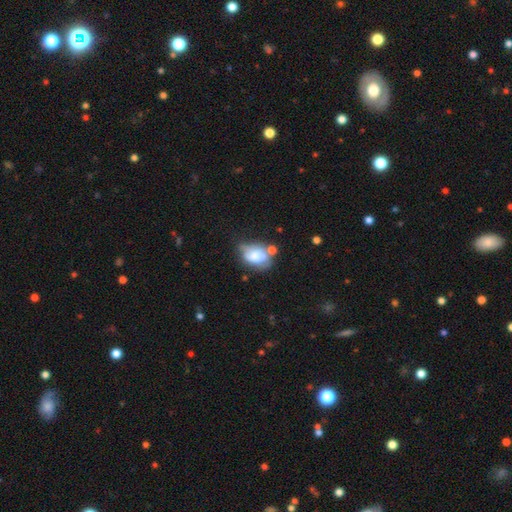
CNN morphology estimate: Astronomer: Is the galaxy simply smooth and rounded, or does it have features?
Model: smooth — 58%.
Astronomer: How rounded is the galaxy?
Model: in between — 77%.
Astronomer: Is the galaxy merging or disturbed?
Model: none — 33% (runner-up: minor disturbance, 29%).